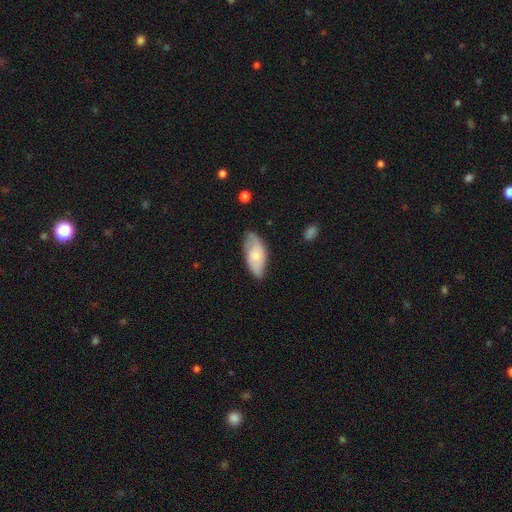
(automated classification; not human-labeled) smooth_or_featured: smooth (p=0.54) [alt: featured or disk p=0.40]
how_rounded: in between (p=0.91) [alt: cigar-shaped p=0.07]
merging: none (p=0.69) [alt: minor disturbance p=0.25]